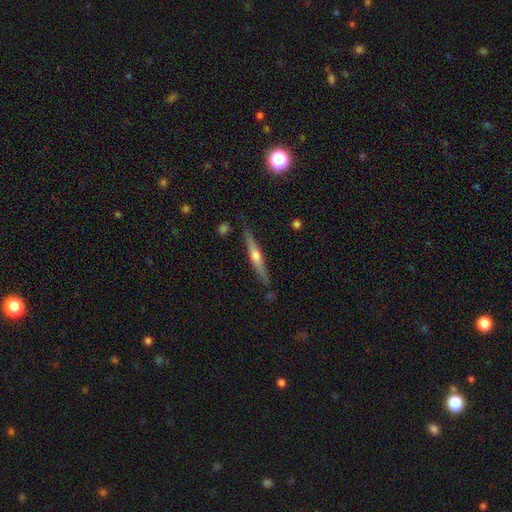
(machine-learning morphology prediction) Q: Smooth or featured?
A: featured or disk (64%); runner-up: smooth (30%)
Q: Edge-on disk?
A: yes (97%); runner-up: no (3%)
Q: Edge-on bulge?
A: rounded (88%); runner-up: none (8%)
Q: Merging?
A: none (84%); runner-up: minor disturbance (12%)